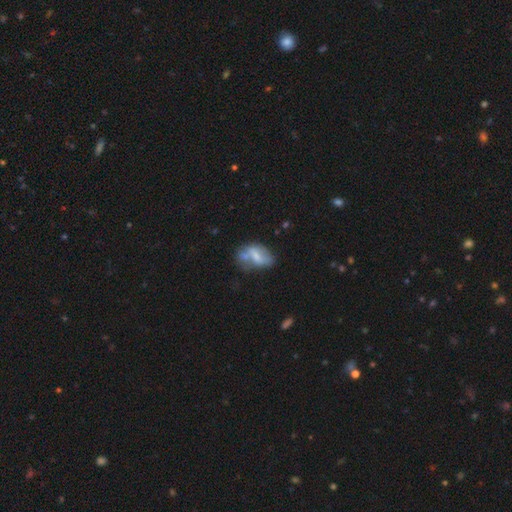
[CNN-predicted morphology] Smooth or featured: smooth — 50% (featured or disk — 42%)
Merging: none — 35% (merger — 26%)